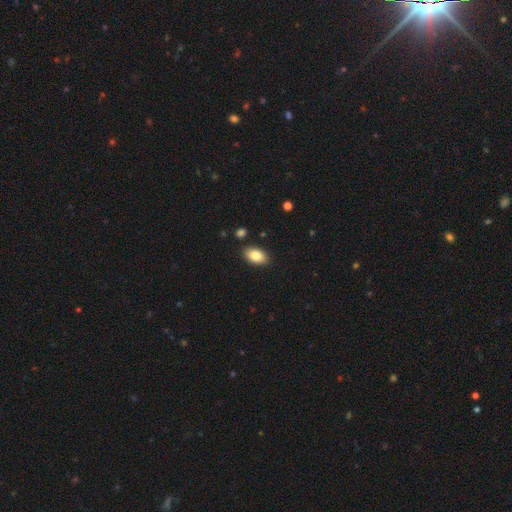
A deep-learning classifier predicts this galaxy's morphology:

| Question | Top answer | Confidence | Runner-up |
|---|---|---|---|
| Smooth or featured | smooth | 83% | featured or disk (10%) |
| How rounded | in between | 93% | round (5%) |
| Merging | none | 88% | minor disturbance (8%) |